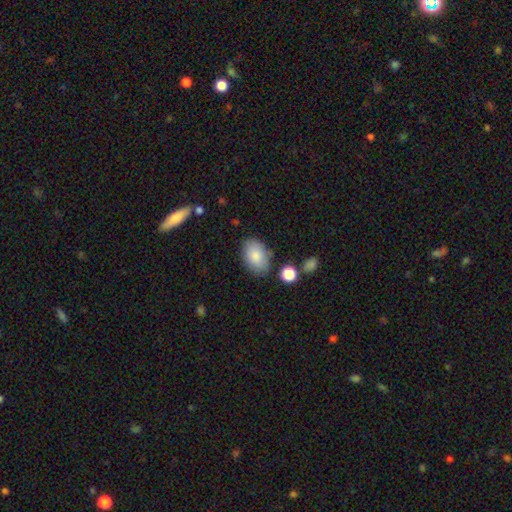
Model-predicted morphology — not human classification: Smooth or featured?
  - smooth: 84% *
  - featured or disk: 9%
  - star or artifact: 7%
How rounded?
  - in between: 87% *
  - round: 11%
  - cigar-shaped: 1%
Merging?
  - none: 78% *
  - minor disturbance: 14%
  - major disturbance: 4%
  - merger: 4%